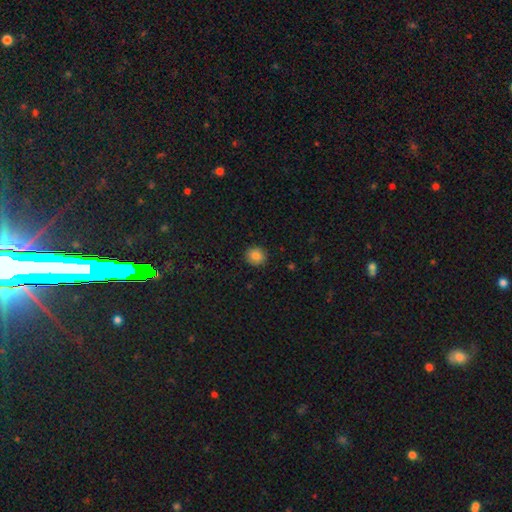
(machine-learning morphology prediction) Smooth or featured: smooth — 85% (star or artifact — 10%)
How rounded: round — 88% (in between — 11%)
Merging: none — 91% (minor disturbance — 6%)